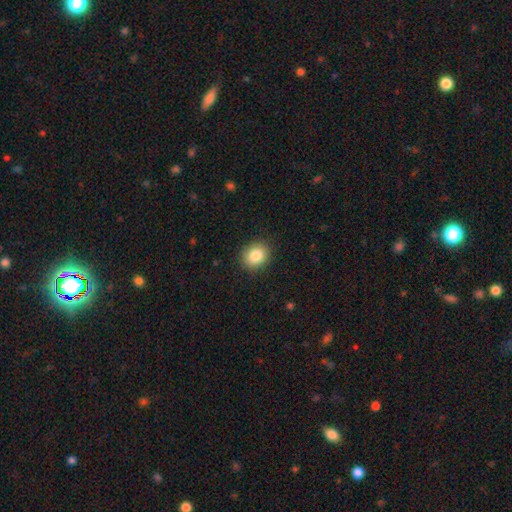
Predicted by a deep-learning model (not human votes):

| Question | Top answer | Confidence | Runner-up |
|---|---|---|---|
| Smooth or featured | smooth | 86% | star or artifact (9%) |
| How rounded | round | 61% | in between (38%) |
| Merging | none | 88% | minor disturbance (9%) |